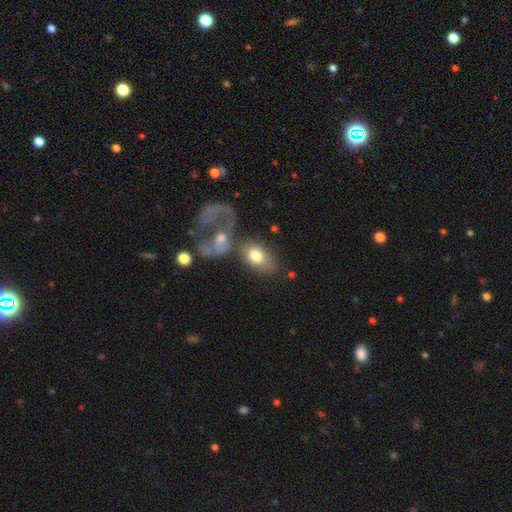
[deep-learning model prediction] Smooth or featured?
  - smooth: 70% *
  - featured or disk: 22%
  - star or artifact: 8%
How rounded?
  - in between: 80% *
  - round: 18%
  - cigar-shaped: 2%
Merging?
  - merger: 38% *
  - none: 34%
  - major disturbance: 14%
  - minor disturbance: 13%